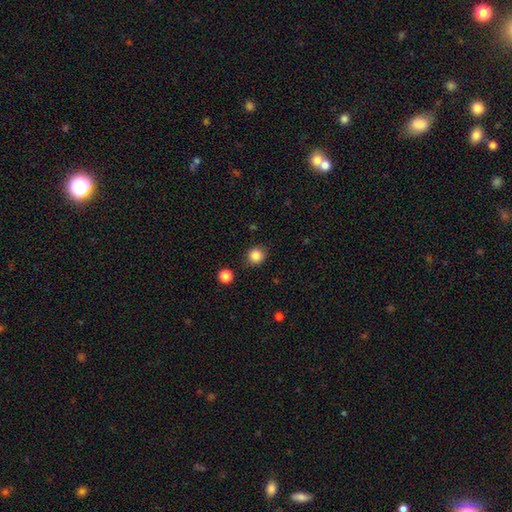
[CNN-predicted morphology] Overall: smooth (86%). How rounded: round (89%). Merging: none (86%).